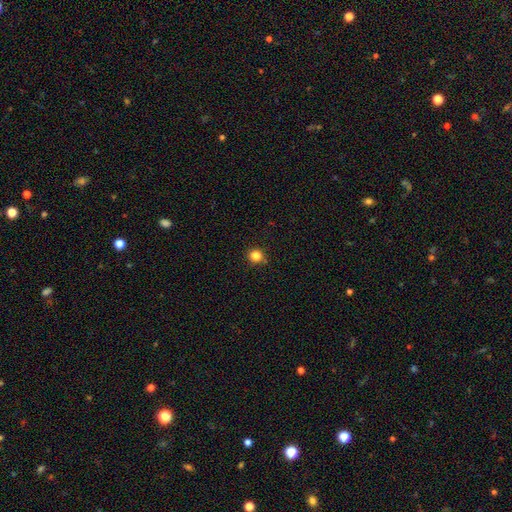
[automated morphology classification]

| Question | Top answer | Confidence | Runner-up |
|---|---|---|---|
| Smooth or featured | smooth | 84% | star or artifact (12%) |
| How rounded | round | 92% | in between (7%) |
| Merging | none | 88% | minor disturbance (8%) |